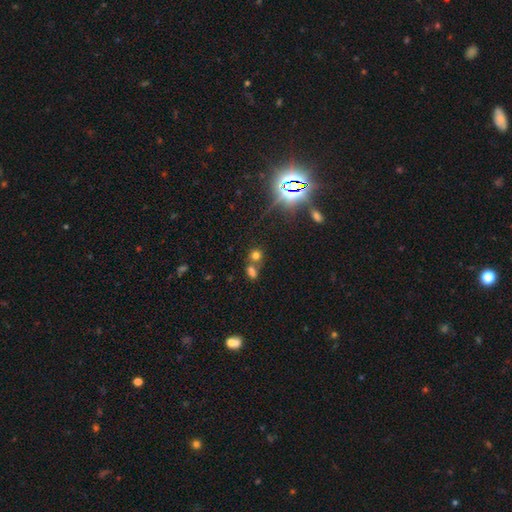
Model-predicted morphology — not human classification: A smooth galaxy with no disk features (62%) that is round (71%).

Vote fractions:
- Smooth or featured? smooth: 62% / star or artifact: 28% / featured or disk: 10%
- How rounded? round: 71% / in between: 27% / cigar-shaped: 2%
- Merging? none: 47% / merger: 41% / minor disturbance: 8% / major disturbance: 4%